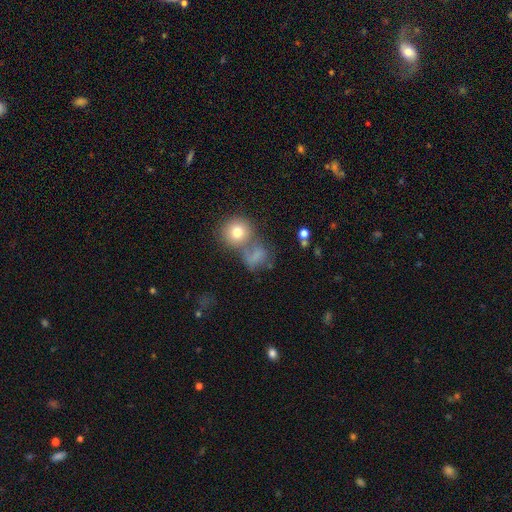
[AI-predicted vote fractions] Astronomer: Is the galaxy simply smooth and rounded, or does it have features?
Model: smooth — 71%.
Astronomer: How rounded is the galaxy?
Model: round — 62%.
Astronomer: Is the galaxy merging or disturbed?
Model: merger — 40% (runner-up: none, 34%).